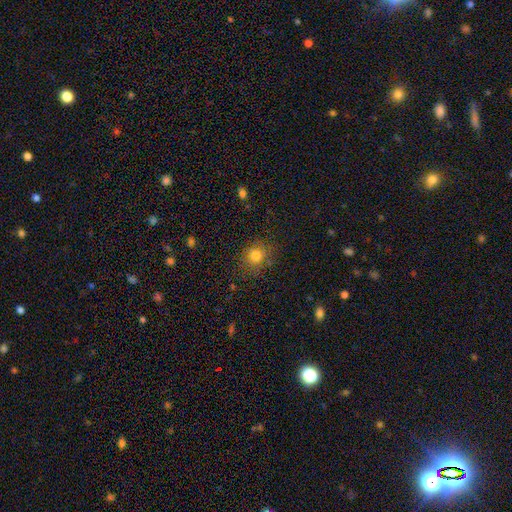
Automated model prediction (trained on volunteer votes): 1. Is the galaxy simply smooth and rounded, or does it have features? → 79% smooth, 14% star or artifact, 7% featured or disk.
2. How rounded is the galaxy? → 75% round, 24% in between, 1% cigar-shaped.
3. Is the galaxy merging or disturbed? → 80% none, 14% minor disturbance, 5% major disturbance, 2% merger.